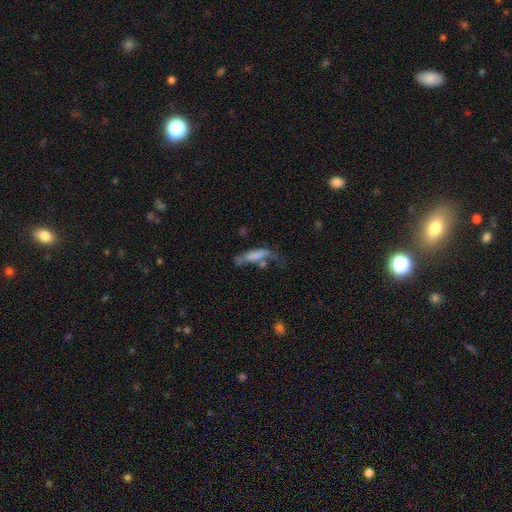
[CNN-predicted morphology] The model was most divided on "merging": none: 33%, major disturbance: 26%, minor disturbance: 23%, merger: 19%. More confident: smooth or featured — smooth (67%); how rounded — cigar-shaped (64%).